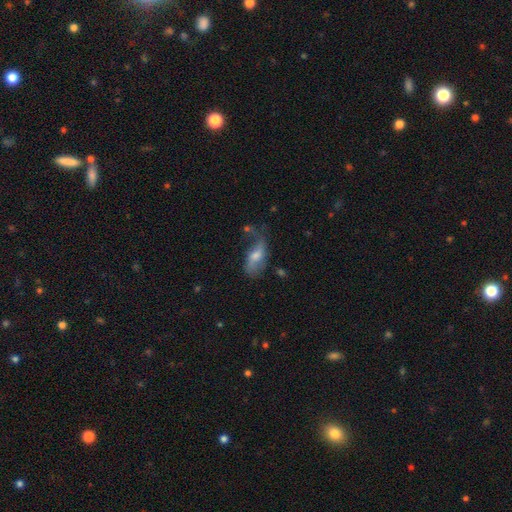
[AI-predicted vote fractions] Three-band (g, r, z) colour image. It shows a featured or disk galaxy (56%). Merging: none (40%).